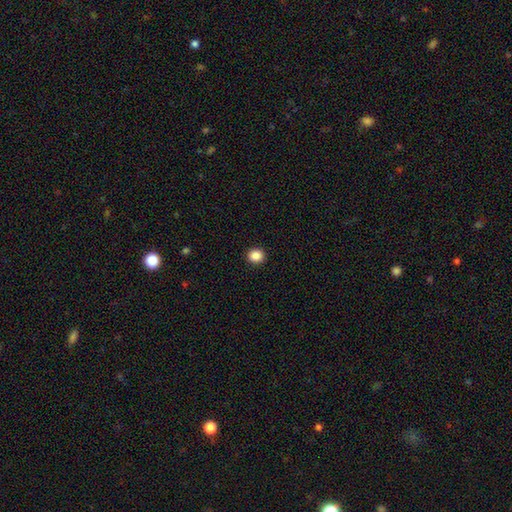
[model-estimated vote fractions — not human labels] smooth_or_featured: smooth (p=0.87) [alt: star or artifact p=0.10]
how_rounded: round (p=0.82) [alt: in between p=0.17]
merging: none (p=0.93) [alt: minor disturbance p=0.05]